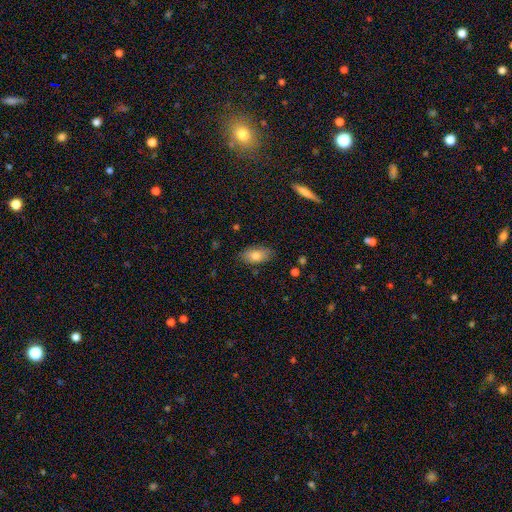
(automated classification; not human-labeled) A smooth galaxy with no disk features (80%) that is in between round and cigar-shaped (90%). Merging: none (82%).